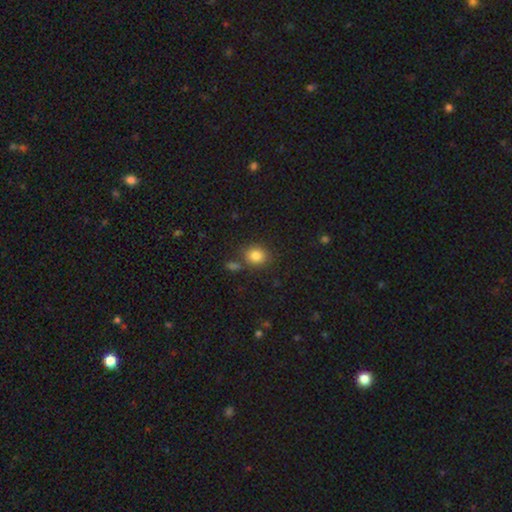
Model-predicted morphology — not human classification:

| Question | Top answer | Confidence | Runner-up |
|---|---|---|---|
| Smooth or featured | smooth | 84% | star or artifact (10%) |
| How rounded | round | 67% | in between (32%) |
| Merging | none | 77% | minor disturbance (11%) |